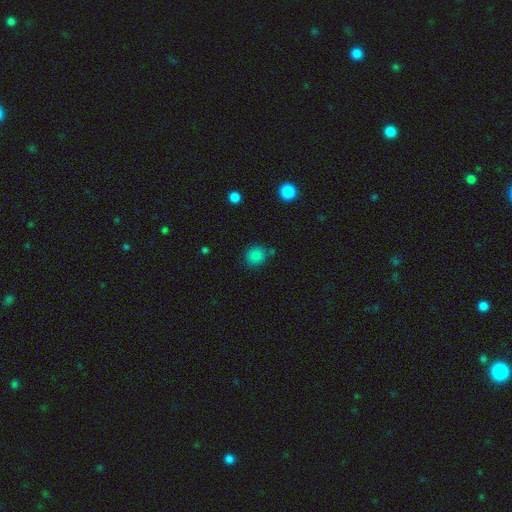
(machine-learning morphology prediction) Q: Smooth or featured?
A: smooth (84%); runner-up: star or artifact (11%)
Q: How rounded?
A: round (82%); runner-up: in between (17%)
Q: Merging?
A: none (78%); runner-up: minor disturbance (12%)